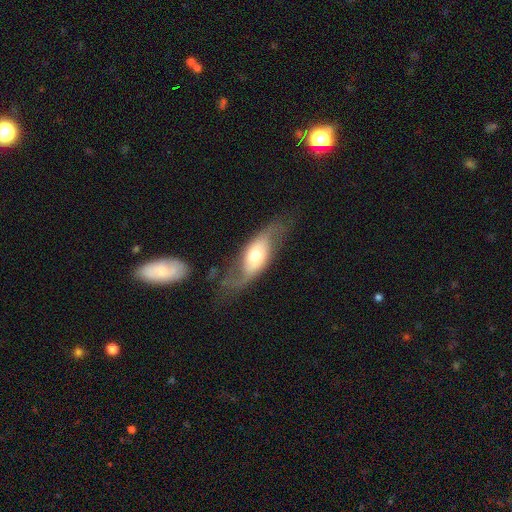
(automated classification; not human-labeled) Overall: featured or disk (63%; smooth 31%). Edge-on disk: no (83%). Bar: no (64%). Spiral arms: yes (78%). Bulge size: moderate (61%). Merging: none (60%; minor disturbance 21%).